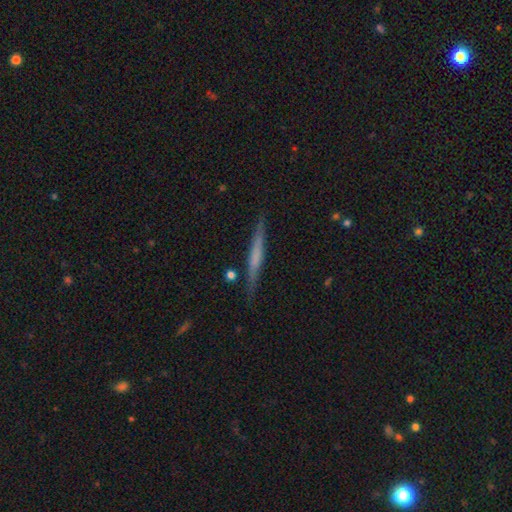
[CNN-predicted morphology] Q: Smooth or featured?
A: featured or disk (52%); runner-up: smooth (42%)
Q: Edge-on disk?
A: yes (97%); runner-up: no (3%)
Q: Edge-on bulge?
A: none (67%); runner-up: rounded (17%)
Q: Merging?
A: none (87%); runner-up: minor disturbance (9%)